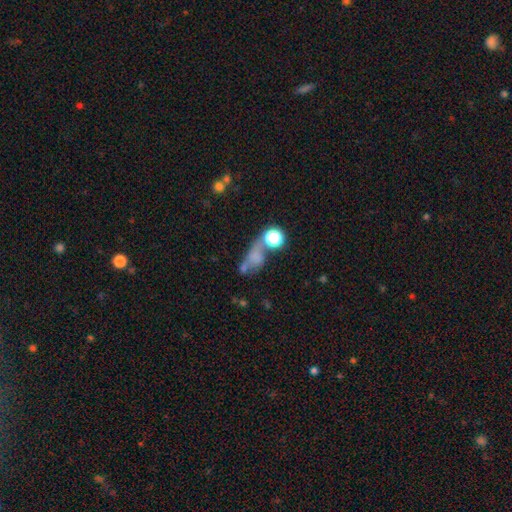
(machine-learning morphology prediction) Smooth or featured? smooth (56%)
How rounded? in between (57%)
Merging? merger (32%)